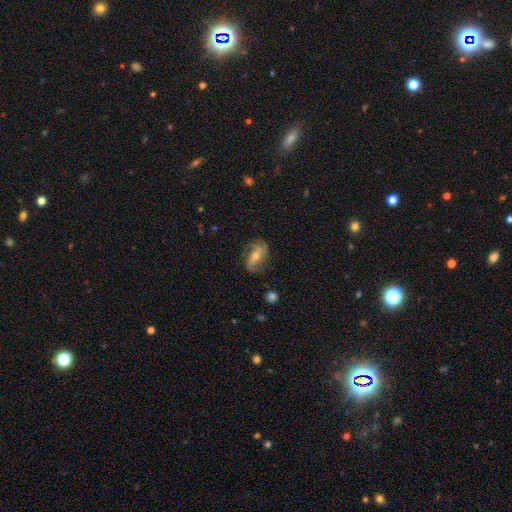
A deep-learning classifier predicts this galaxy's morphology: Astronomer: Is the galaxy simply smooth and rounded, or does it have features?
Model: featured or disk — 72%.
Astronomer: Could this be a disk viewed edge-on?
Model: no — 93%.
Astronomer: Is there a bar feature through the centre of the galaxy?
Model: no — 36% (runner-up: weak, 34%).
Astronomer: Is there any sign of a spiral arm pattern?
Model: yes — 89%.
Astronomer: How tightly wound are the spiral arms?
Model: loose — 43% (runner-up: medium, 37%).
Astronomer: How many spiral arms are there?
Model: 2 — 67%.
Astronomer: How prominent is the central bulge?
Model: moderate — 55% (runner-up: small, 40%).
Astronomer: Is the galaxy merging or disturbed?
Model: none — 70%.